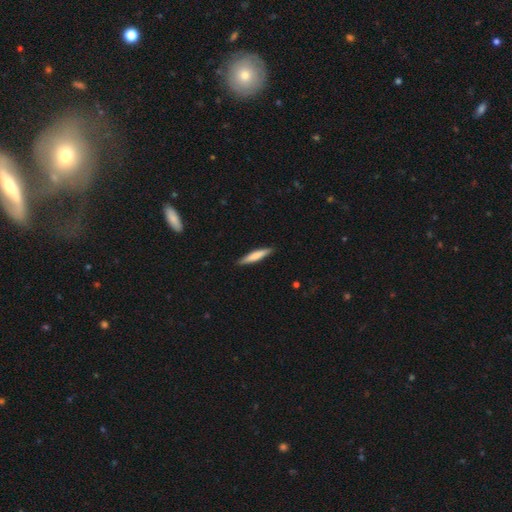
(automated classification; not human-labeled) Morphology: type=smooth (72%); roundness=cigar-shaped (90%); merging=none (89%).